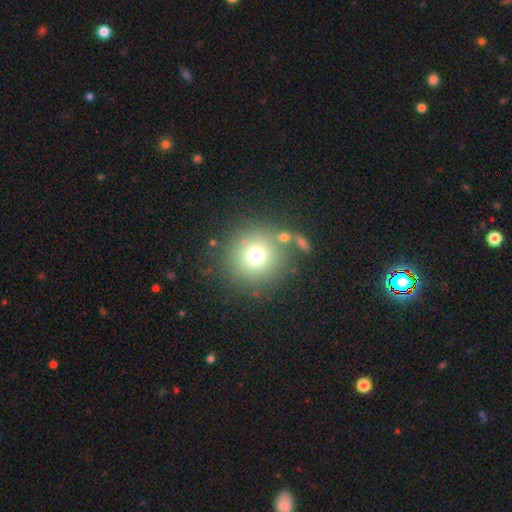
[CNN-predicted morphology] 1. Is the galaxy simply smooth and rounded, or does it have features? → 73% smooth, 14% star or artifact, 12% featured or disk.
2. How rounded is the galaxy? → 94% round, 5% in between, 1% cigar-shaped.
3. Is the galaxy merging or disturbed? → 78% none, 9% minor disturbance, 8% merger, 5% major disturbance.